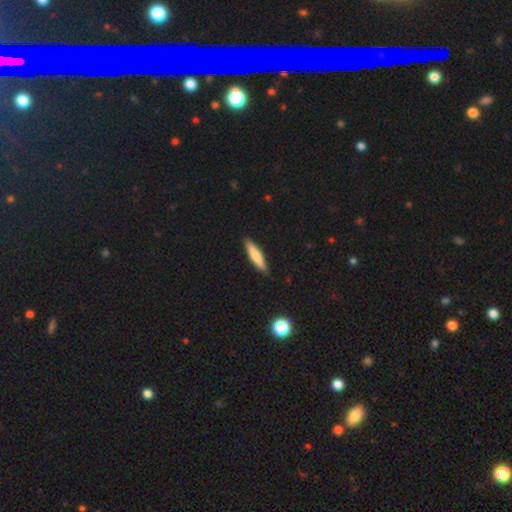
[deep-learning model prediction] smooth_or_featured: smooth (p=0.65) [alt: featured or disk p=0.29]
how_rounded: cigar-shaped (p=0.82) [alt: in between p=0.17]
merging: none (p=0.90) [alt: minor disturbance p=0.08]